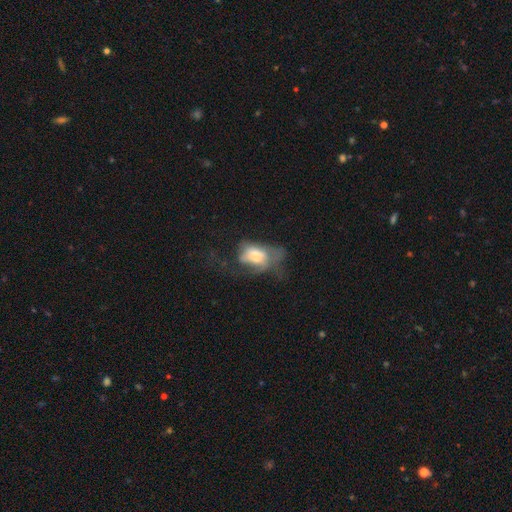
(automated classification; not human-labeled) Smooth or featured: smooth — 51% (featured or disk — 39%)
How rounded: in between — 85% (round — 12%)
Merging: major disturbance — 54% (none — 20%)